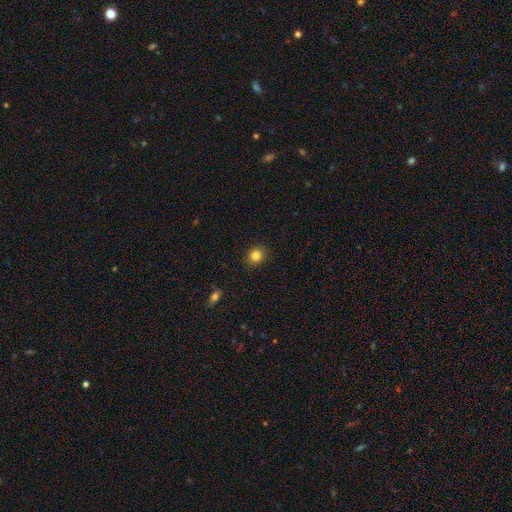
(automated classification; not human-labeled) Morphology: type=smooth (83%); roundness=round (82%); merging=none (91%).